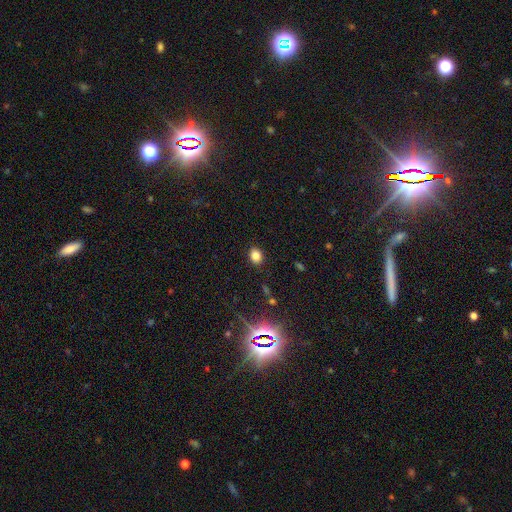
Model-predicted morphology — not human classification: smooth_or_featured: smooth (p=0.81) [alt: star or artifact p=0.13]
how_rounded: in between (p=0.54) [alt: round p=0.45]
merging: none (p=0.89) [alt: minor disturbance p=0.08]